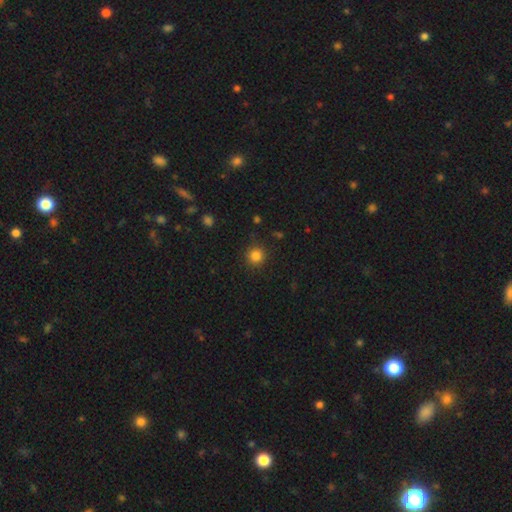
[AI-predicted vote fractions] Smooth or featured: smooth — 83% (star or artifact — 12%)
How rounded: round — 94% (in between — 5%)
Merging: none — 90% (minor disturbance — 7%)